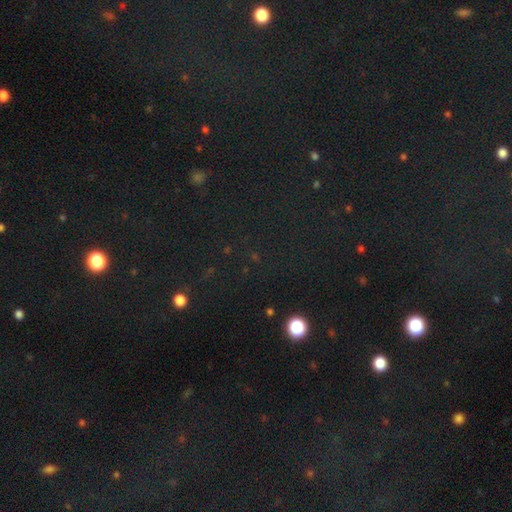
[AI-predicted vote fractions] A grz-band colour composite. It shows a star or artifact, not a galaxy (76%).